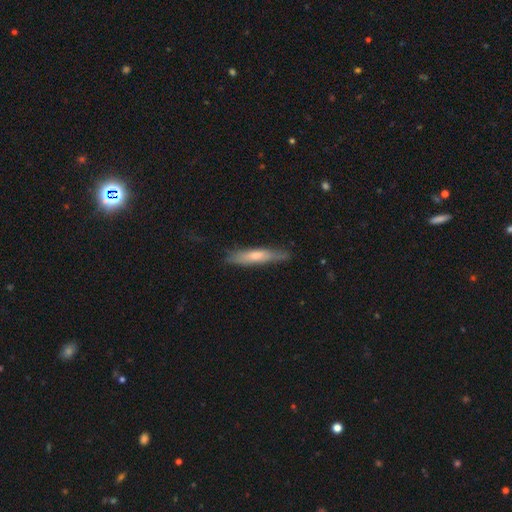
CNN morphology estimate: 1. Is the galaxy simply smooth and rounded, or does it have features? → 54% smooth, 39% featured or disk, 6% star or artifact.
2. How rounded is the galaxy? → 87% cigar-shaped, 11% in between, 2% round.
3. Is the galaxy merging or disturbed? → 78% none, 17% minor disturbance, 4% major disturbance, 1% merger.